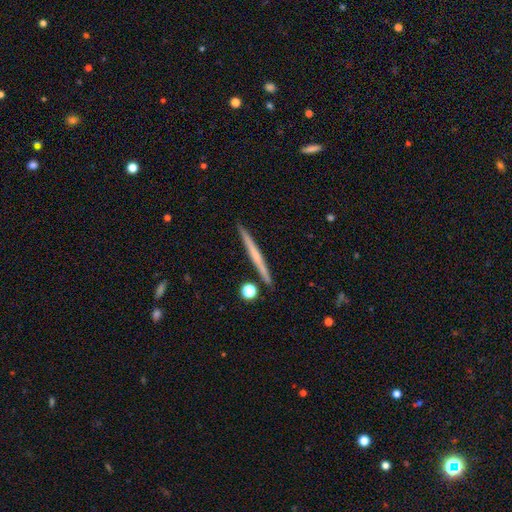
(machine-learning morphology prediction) A featured or disk galaxy (52%) viewed edge-on (97%) with no central bulge (79%). Merging: none (91%).